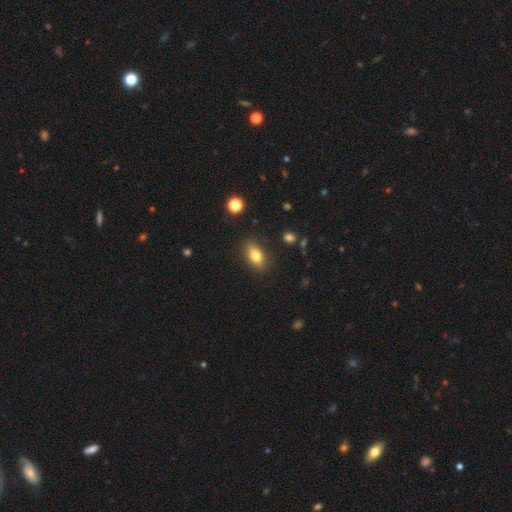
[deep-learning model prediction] smooth 80%, featured or disk 12%, star or artifact 9%. Down the decision tree: how rounded — in between (85%); merging — none (85%).